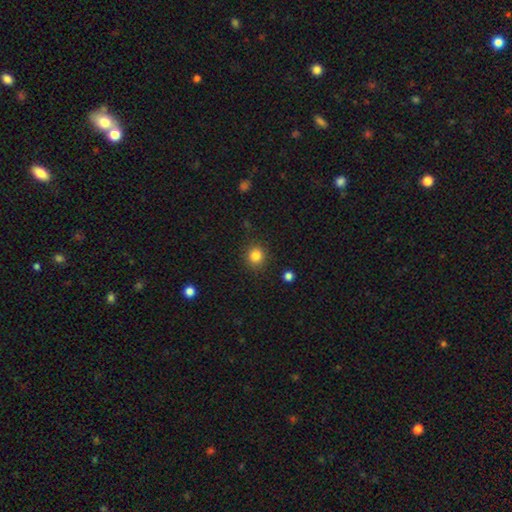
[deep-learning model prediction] Smooth or featured? Predicted: smooth (p=0.85). How rounded? Predicted: round (p=0.89). Merging? Predicted: none (p=0.88).